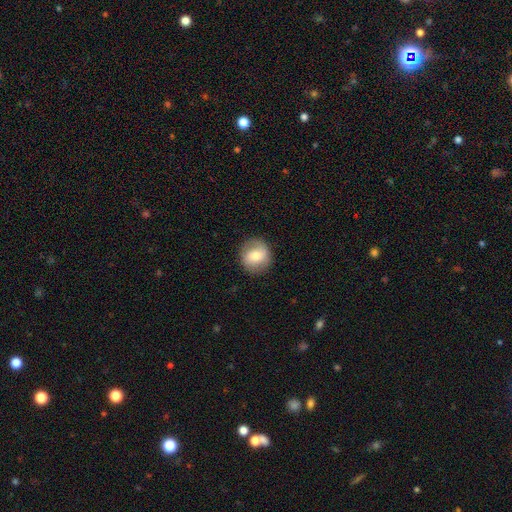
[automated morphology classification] Smooth or featured: smooth — 59% (featured or disk — 34%)
How rounded: round — 88% (in between — 11%)
Merging: none — 86% (minor disturbance — 10%)